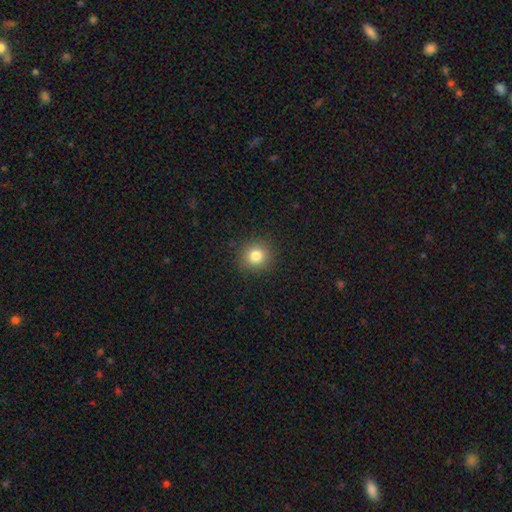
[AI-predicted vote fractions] smooth-or-featured: smooth: 82% | star or artifact: 12% | featured or disk: 6%
  how-rounded: round: 91% | in between: 8% | cigar-shaped: 1%
  merging: none: 90% | minor disturbance: 6% | major disturbance: 2% | merger: 1%